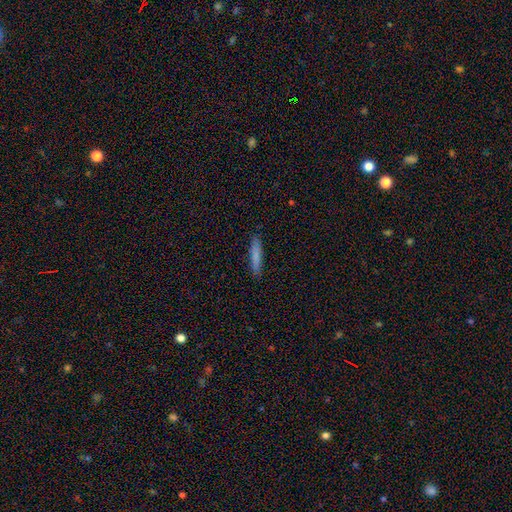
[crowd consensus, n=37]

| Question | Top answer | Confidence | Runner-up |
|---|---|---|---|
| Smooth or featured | smooth | 78% | featured or disk (19%) |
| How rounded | cigar-shaped | 97% | in between (3%) |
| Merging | none | 89% | minor disturbance (11%) |